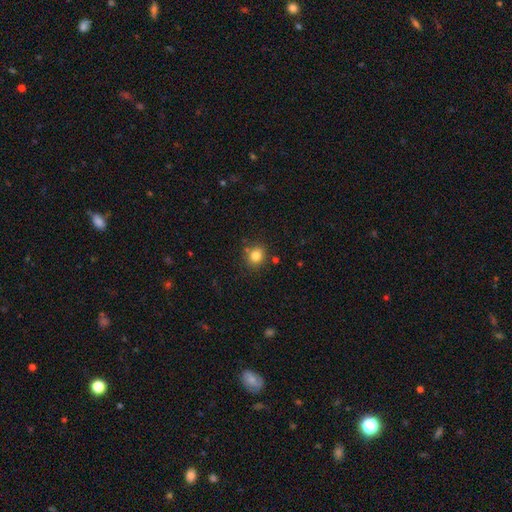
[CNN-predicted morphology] Smooth or featured: smooth — 81% (star or artifact — 12%)
How rounded: round — 74% (in between — 25%)
Merging: none — 78% (minor disturbance — 12%)